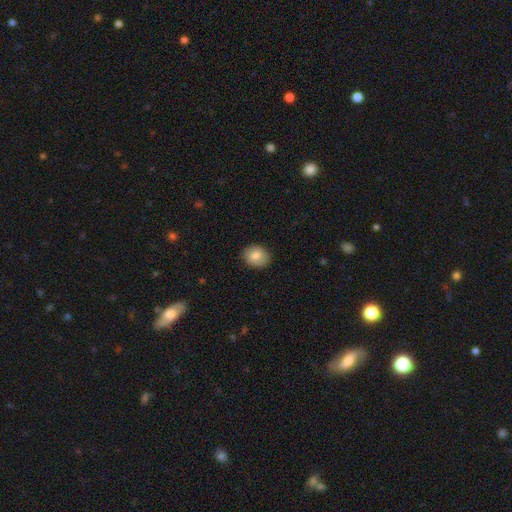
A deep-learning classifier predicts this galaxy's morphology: Smooth or featured? Predicted: smooth (p=0.78). How rounded? Predicted: round (p=0.59). Merging? Predicted: none (p=0.86).